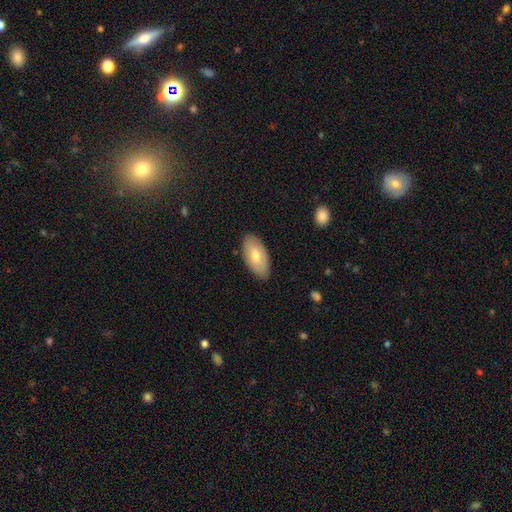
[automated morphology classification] The model was most divided on "smooth or featured": smooth: 65%, featured or disk: 29%, star or artifact: 6%. More confident: how rounded — in between (94%); merging — none (84%).